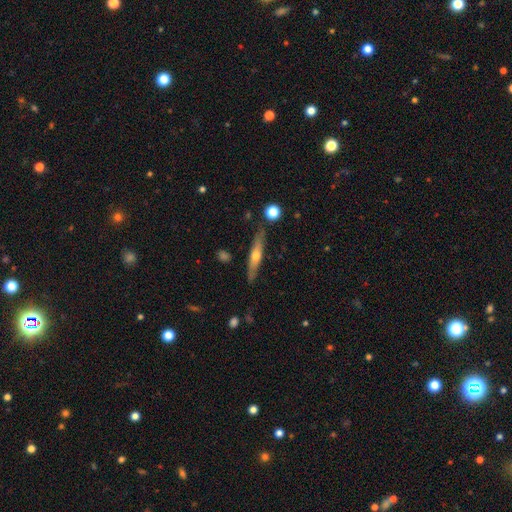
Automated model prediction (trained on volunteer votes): This is possibly a featured or disk galaxy (55%). It is clearly viewed edge-on (89%). Merging: clearly none (82%).